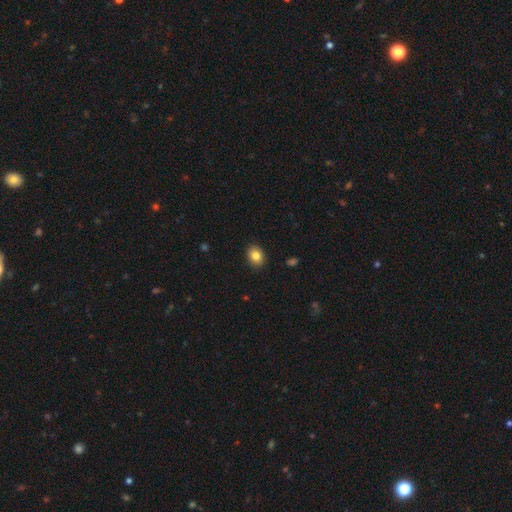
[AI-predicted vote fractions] Morphology: type=smooth (84%); roundness=in between (57%); merging=none (90%).